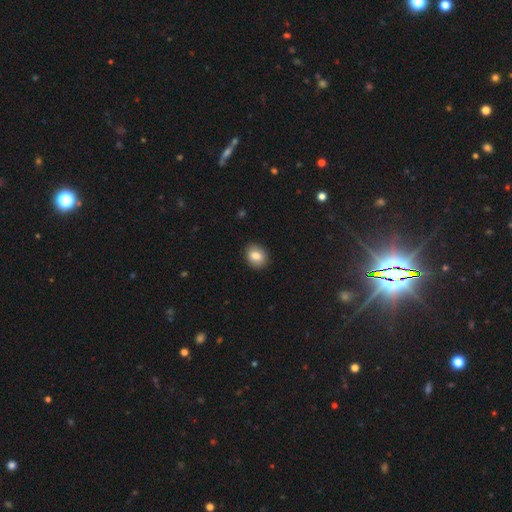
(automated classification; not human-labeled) The model was most divided on "how rounded": round: 59%, in between: 40%, cigar-shaped: 1%. More confident: merging — none (90%); smooth or featured — smooth (82%).